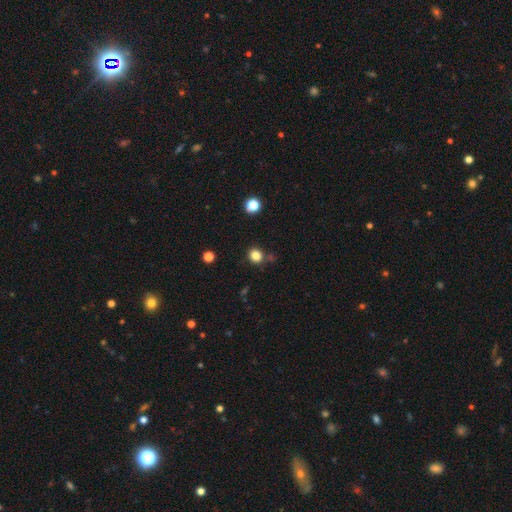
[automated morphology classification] A smooth galaxy with no disk features (83%) that is round (81%). Merging: none (80%).